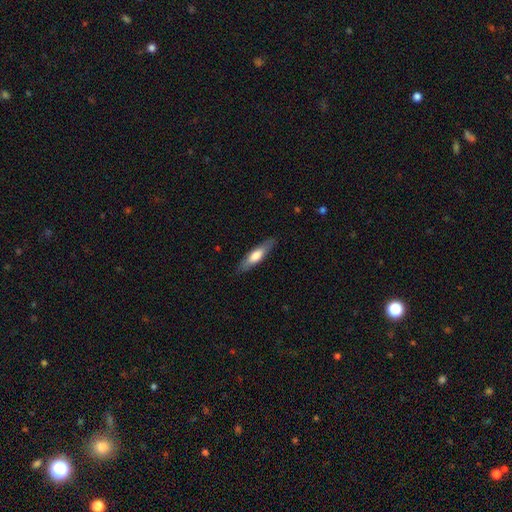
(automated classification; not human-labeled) A smooth galaxy with no disk features (60%) that is cigar-shaped (68%).

Vote fractions:
- Smooth or featured? smooth: 60% / featured or disk: 34% / star or artifact: 5%
- How rounded? cigar-shaped: 68% / in between: 30% / round: 2%
- Merging? none: 85% / minor disturbance: 12% / major disturbance: 3% / merger: 1%